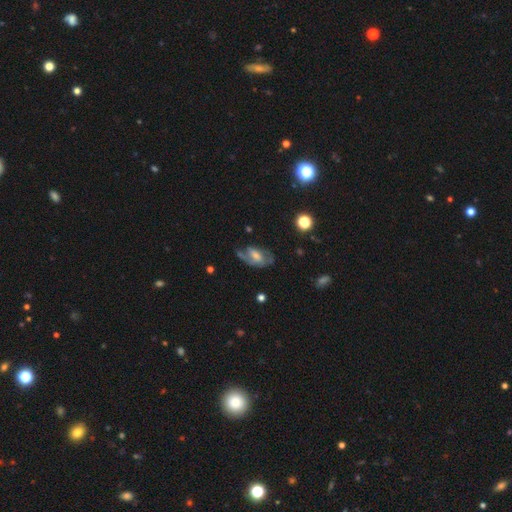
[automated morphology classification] smooth-or-featured: featured or disk: 69% | smooth: 22% | star or artifact: 10%
  disk-edge-on: no: 94% | yes: 6%
    bar: weak: 45% | no: 39% | strong: 16%
    has-spiral-arms: yes: 83% | no: 17%
      spiral-winding: medium: 45% | tight: 31% | loose: 24%
      spiral-arm-count: 2: 49% | 1: 23% | can't tell: 20% | 3: 5% | 4: 2% | more than 4: 2%
    bulge-size: moderate: 44% | small: 37% | none: 10% | large: 7% | dominant: 1%
  merging: none: 53% | minor disturbance: 24% | major disturbance: 20% | merger: 3%